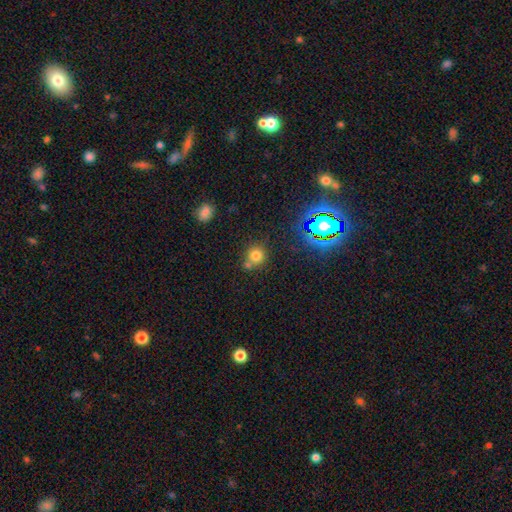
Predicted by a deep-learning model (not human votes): This is likely a smooth galaxy (73%). How rounded: clearly round (90%). Merging: possibly none (59%).